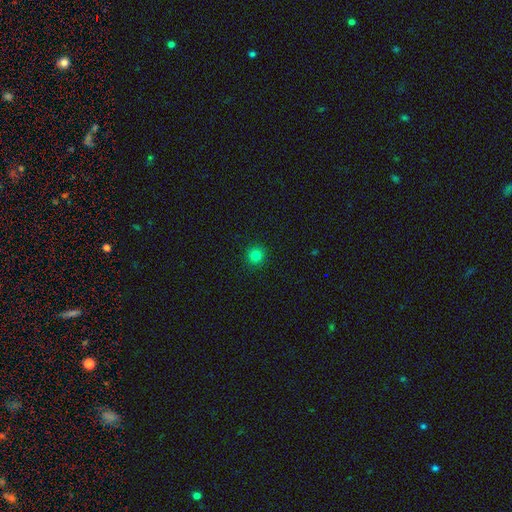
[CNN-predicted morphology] smooth 80%, star or artifact 15%, featured or disk 5%. Down the decision tree: how rounded — round (94%); merging — none (92%).